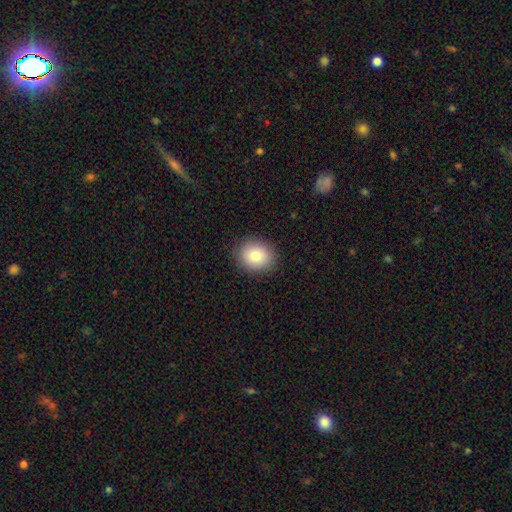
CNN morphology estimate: type=smooth (82%); roundness=round (62%); merging=none (89%).